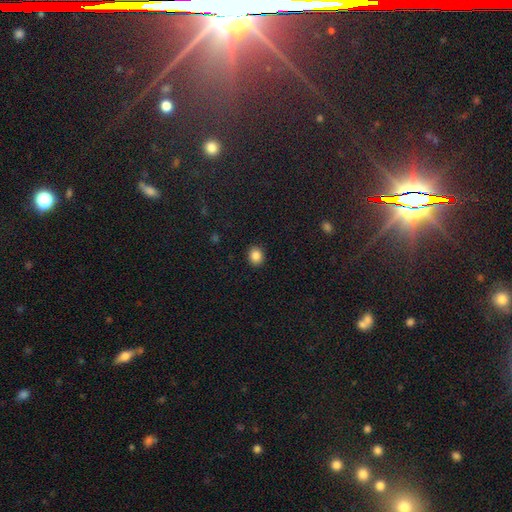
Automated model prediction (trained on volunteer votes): Smooth or featured? Predicted: smooth (p=0.86). How rounded? Predicted: round (p=0.70). Merging? Predicted: none (p=0.91).